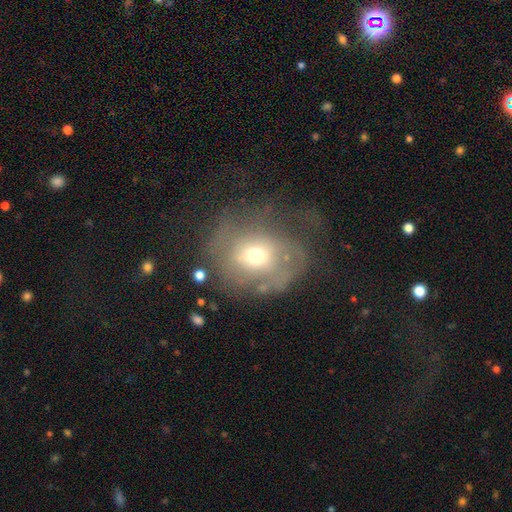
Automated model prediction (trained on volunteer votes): smooth_or_featured: smooth (p=0.50) [alt: featured or disk p=0.37]
how_rounded: round (p=0.66) [alt: in between p=0.33]
merging: major disturbance (p=0.41) [alt: none p=0.33]